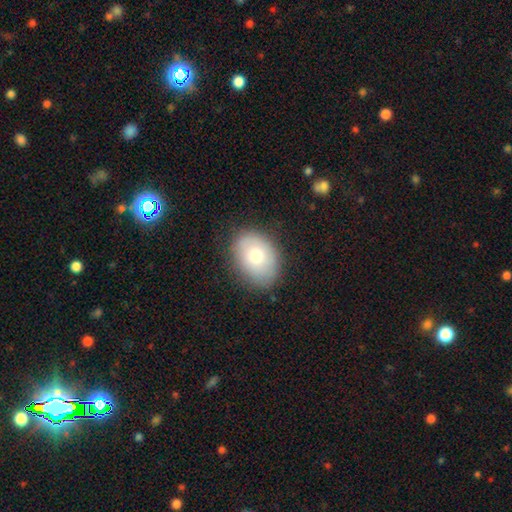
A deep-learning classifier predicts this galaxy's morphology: This is likely a smooth galaxy (71%). How rounded: likely in between (70%). Merging: clearly none (84%).